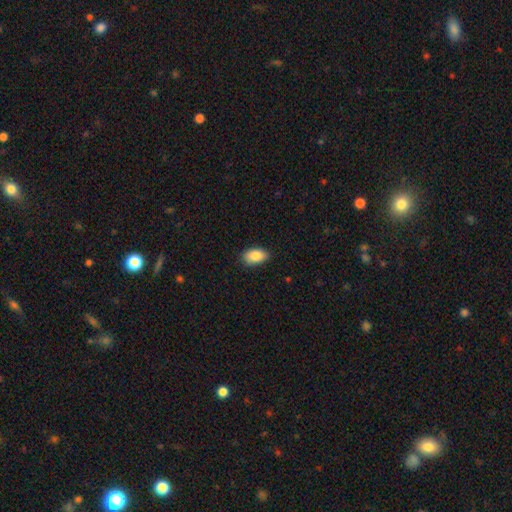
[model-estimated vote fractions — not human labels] Smooth or featured?
  - smooth: 86% *
  - star or artifact: 7%
  - featured or disk: 7%
How rounded?
  - in between: 91% *
  - round: 7%
  - cigar-shaped: 2%
Merging?
  - none: 84% *
  - minor disturbance: 13%
  - major disturbance: 2%
  - merger: 1%